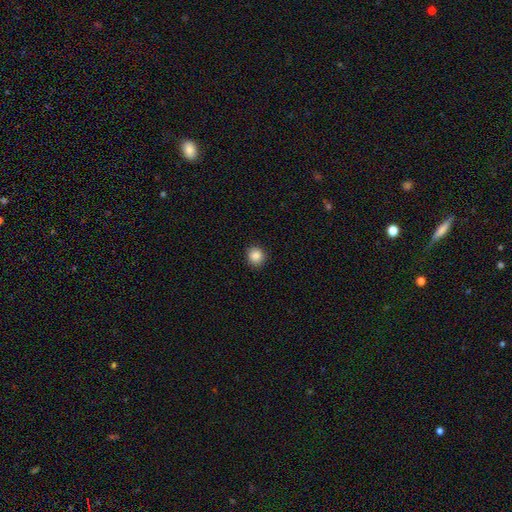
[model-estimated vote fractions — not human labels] This is clearly a smooth galaxy (87%). How rounded: clearly round (86%). Merging: clearly none (91%).